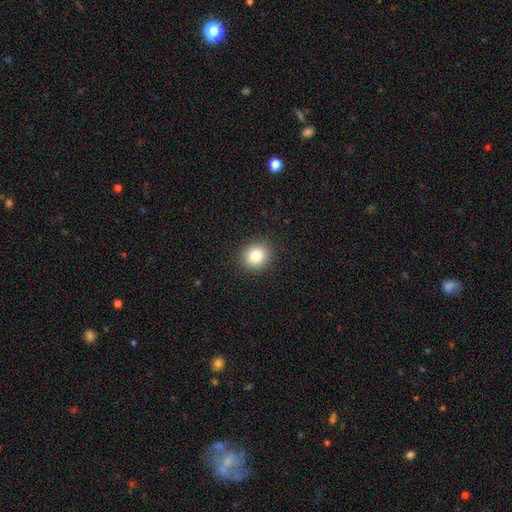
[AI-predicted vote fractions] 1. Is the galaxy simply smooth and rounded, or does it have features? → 84% smooth, 10% star or artifact, 6% featured or disk.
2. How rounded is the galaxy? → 84% round, 15% in between, 1% cigar-shaped.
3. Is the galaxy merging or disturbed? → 91% none, 6% minor disturbance, 2% major disturbance, 1% merger.